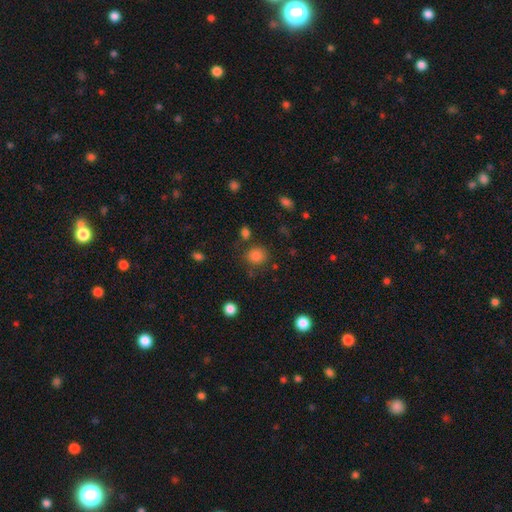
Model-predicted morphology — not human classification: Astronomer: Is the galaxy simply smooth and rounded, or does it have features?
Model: smooth — 82%.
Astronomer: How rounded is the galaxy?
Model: round — 81%.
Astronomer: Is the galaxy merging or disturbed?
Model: none — 76%.